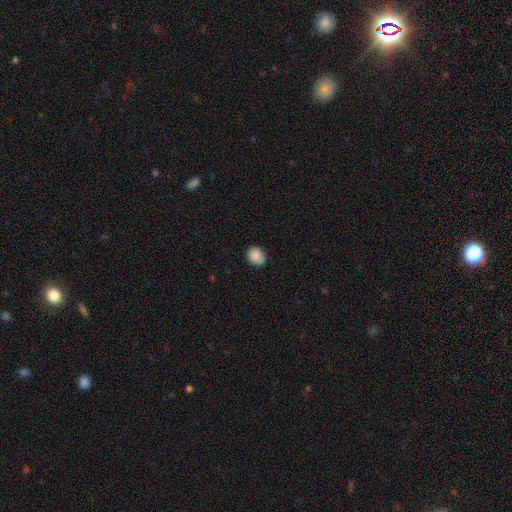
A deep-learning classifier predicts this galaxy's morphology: smooth_or_featured: smooth (p=0.88) [alt: star or artifact p=0.08]
how_rounded: round (p=0.59) [alt: in between p=0.40]
merging: none (p=0.78) [alt: minor disturbance p=0.18]